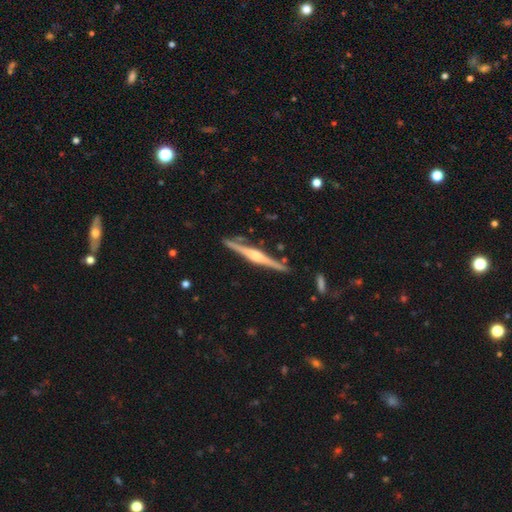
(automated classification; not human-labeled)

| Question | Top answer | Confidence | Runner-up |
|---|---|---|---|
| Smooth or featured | featured or disk | 80% | smooth (14%) |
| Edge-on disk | yes | 98% | no (2%) |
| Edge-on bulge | rounded | 75% | boxy (19%) |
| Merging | none | 85% | minor disturbance (10%) |